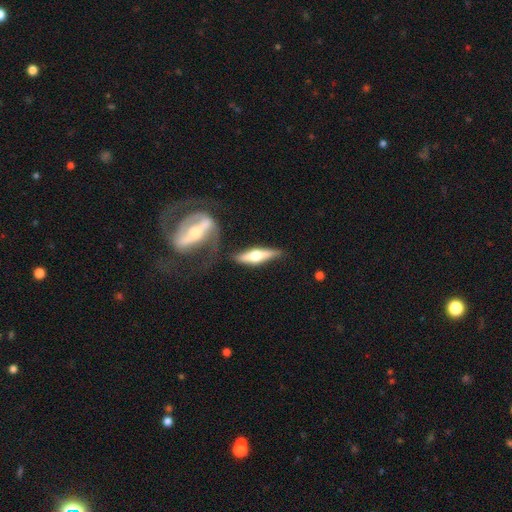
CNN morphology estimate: This is likely a featured or disk galaxy (64%). It is clearly viewed edge-on (93%). Edge-on bulge: clearly rounded (94%). Merging: likely none (75%).